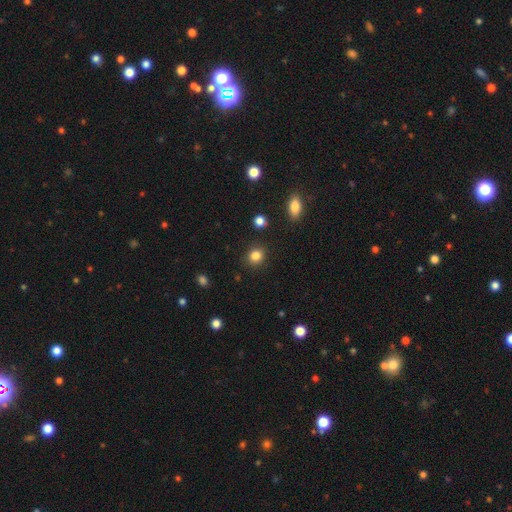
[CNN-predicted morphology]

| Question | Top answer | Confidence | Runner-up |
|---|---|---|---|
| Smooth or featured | smooth | 85% | star or artifact (11%) |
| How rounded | round | 74% | in between (25%) |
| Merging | none | 88% | minor disturbance (8%) |